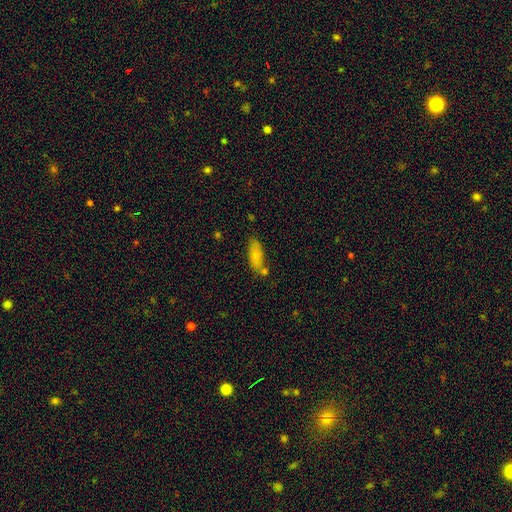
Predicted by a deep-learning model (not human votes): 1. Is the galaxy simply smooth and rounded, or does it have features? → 78% smooth, 15% featured or disk, 8% star or artifact.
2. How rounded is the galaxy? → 73% in between, 24% cigar-shaped, 3% round.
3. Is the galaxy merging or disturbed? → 65% none, 17% minor disturbance, 14% merger, 4% major disturbance.